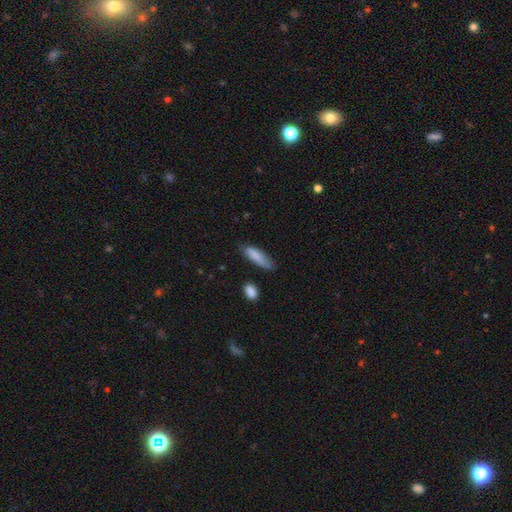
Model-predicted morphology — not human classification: Q: Smooth or featured?
A: smooth (84%); runner-up: featured or disk (10%)
Q: How rounded?
A: cigar-shaped (58%); runner-up: in between (41%)
Q: Merging?
A: none (69%); runner-up: minor disturbance (23%)